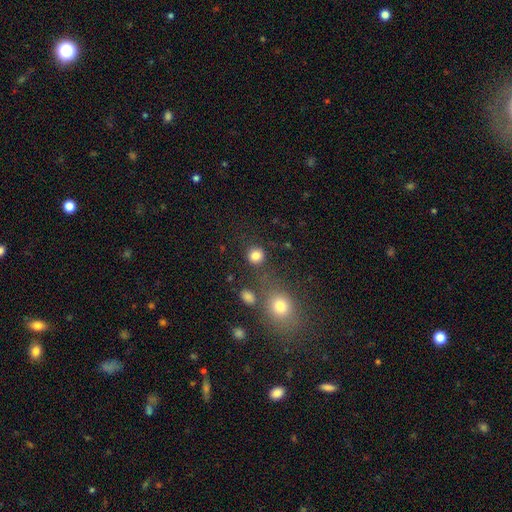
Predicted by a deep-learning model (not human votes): Morphology: type=smooth (83%); roundness=round (89%); merging=none (79%).